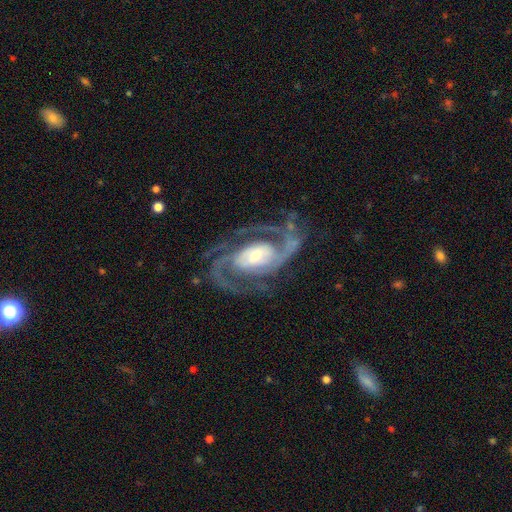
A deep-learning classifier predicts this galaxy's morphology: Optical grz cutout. It shows a featured or disk galaxy (93%) with a weak bar (38%), 2 (72%) medium (56%) spiral arms (98%) and a moderate central bulge (48%). Merging: none (71%).